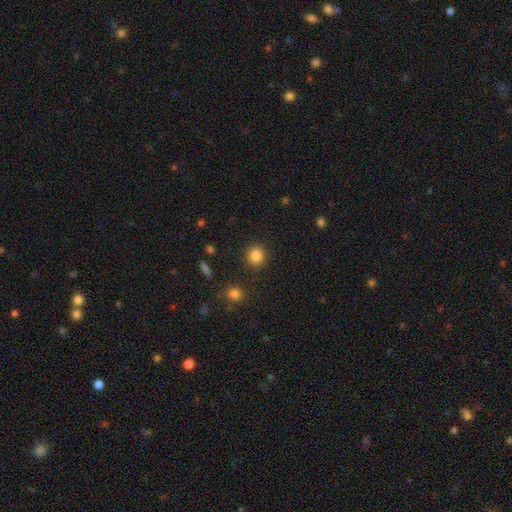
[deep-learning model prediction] This is clearly a smooth galaxy (85%). How rounded: clearly round (88%). Merging: clearly none (89%).